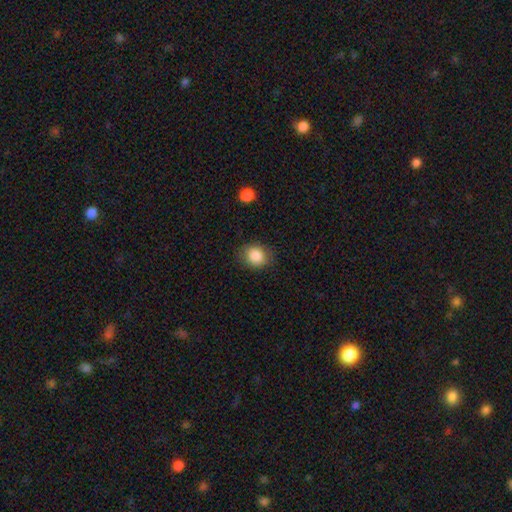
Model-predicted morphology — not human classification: A smooth galaxy with no disk features (87%) that is round (64%). Merging: none (82%).